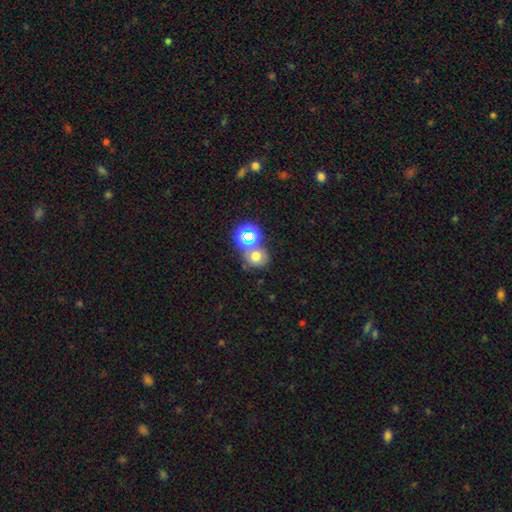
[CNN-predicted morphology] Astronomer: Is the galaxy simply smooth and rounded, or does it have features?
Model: smooth — 61%.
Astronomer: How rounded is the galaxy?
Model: round — 72%.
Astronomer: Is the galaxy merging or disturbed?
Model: none — 54% (runner-up: merger, 32%).